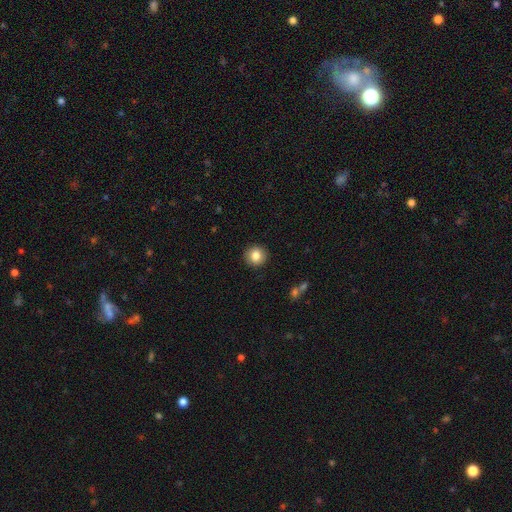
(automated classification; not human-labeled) Smooth or featured: smooth — 84% (star or artifact — 9%)
How rounded: round — 92% (in between — 7%)
Merging: none — 92% (minor disturbance — 5%)